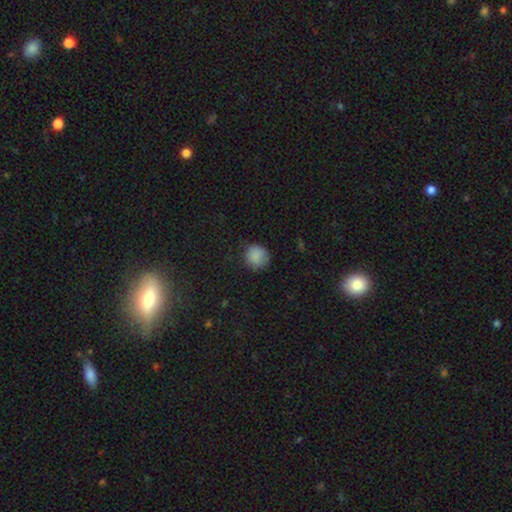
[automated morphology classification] The model was most divided on "merging": none: 82%, minor disturbance: 13%, major disturbance: 3%, merger: 1%. More confident: how rounded — round (91%); smooth or featured — smooth (86%).